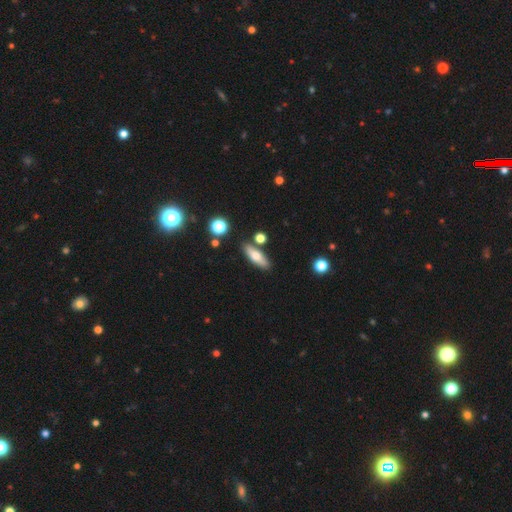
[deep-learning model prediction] A smooth galaxy with no disk features (63%) that is in between round and cigar-shaped (52%). Merging: none (80%).